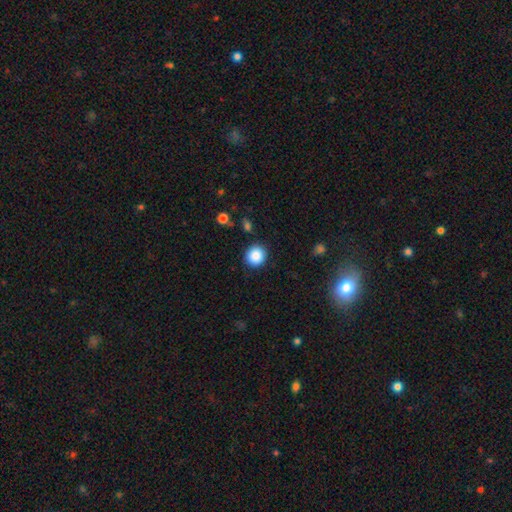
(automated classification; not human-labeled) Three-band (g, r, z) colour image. It shows a smooth galaxy with no disk features (87%) that is round (90%). Merging: none (88%).